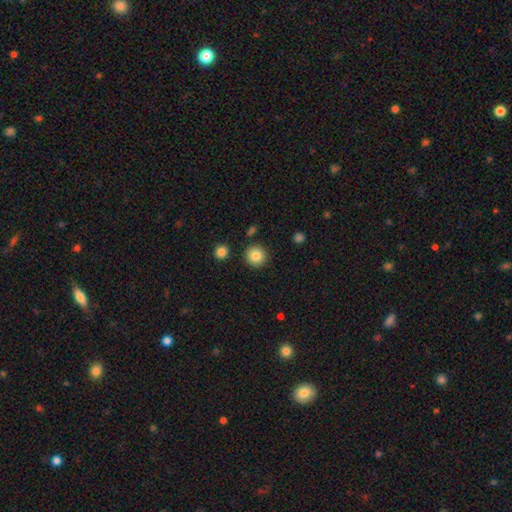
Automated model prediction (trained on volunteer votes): The model was most divided on "smooth or featured": smooth: 85%, star or artifact: 9%, featured or disk: 6%. More confident: how rounded — round (94%); merging — none (90%).